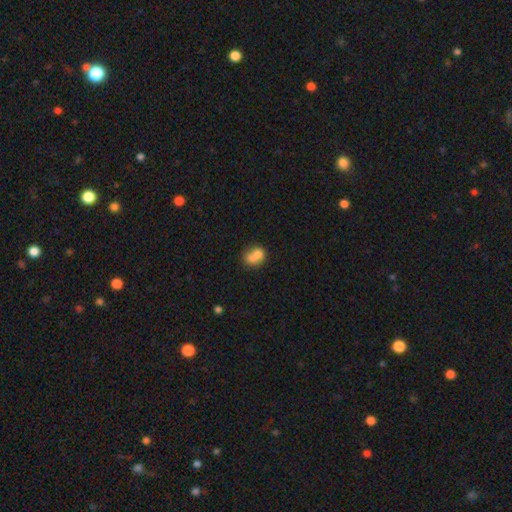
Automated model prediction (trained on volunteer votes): Smooth or featured? smooth (69%)
How rounded? round (56%)
Merging? merger (59%)